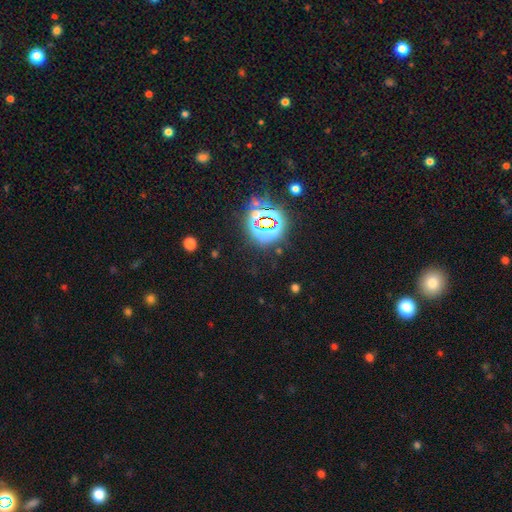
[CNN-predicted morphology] This appears to be a star or artifact, not a galaxy (82%).